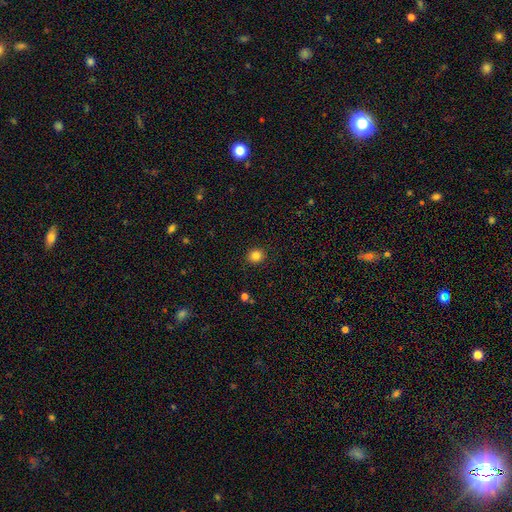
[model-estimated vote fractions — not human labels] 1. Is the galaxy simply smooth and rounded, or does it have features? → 84% smooth, 11% star or artifact, 5% featured or disk.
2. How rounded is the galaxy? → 84% round, 15% in between, 1% cigar-shaped.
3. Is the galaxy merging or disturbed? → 90% none, 7% minor disturbance, 2% major disturbance, 1% merger.